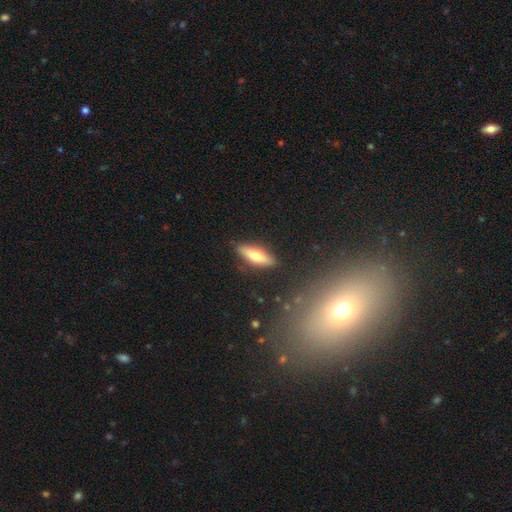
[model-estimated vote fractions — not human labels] Smooth or featured? smooth (61%)
How rounded? cigar-shaped (52%)
Merging? none (85%)